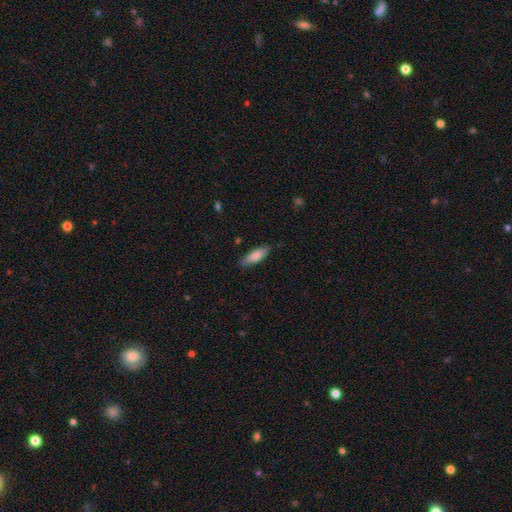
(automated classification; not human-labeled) This appears to be a smooth galaxy with no disk features (79%) that is in between round and cigar-shaped (57%). Merging: none (82%).